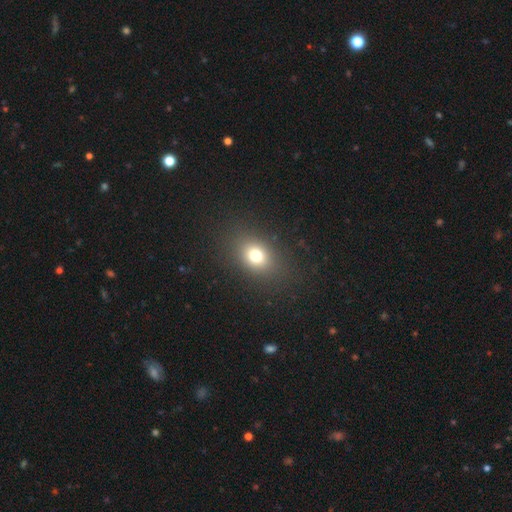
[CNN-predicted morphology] A smooth galaxy with no disk features (74%) that is in between round and cigar-shaped (55%).

Vote fractions:
- Smooth or featured? smooth: 74% / star or artifact: 16% / featured or disk: 10%
- How rounded? in between: 55% / round: 43% / cigar-shaped: 1%
- Merging? none: 85% / minor disturbance: 8% / major disturbance: 5% / merger: 1%